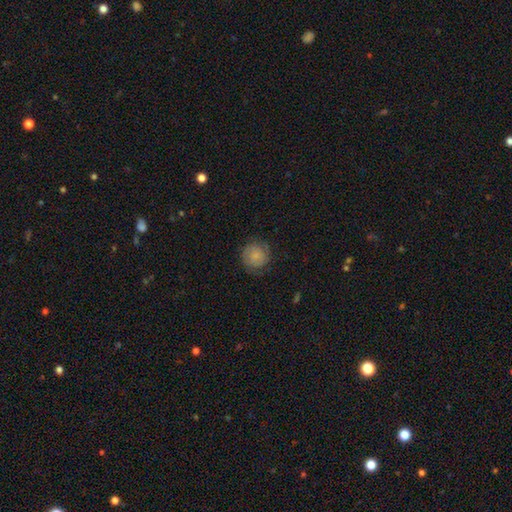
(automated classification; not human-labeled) A smooth galaxy with no disk features (70%) that is round (91%). Merging: none (78%).